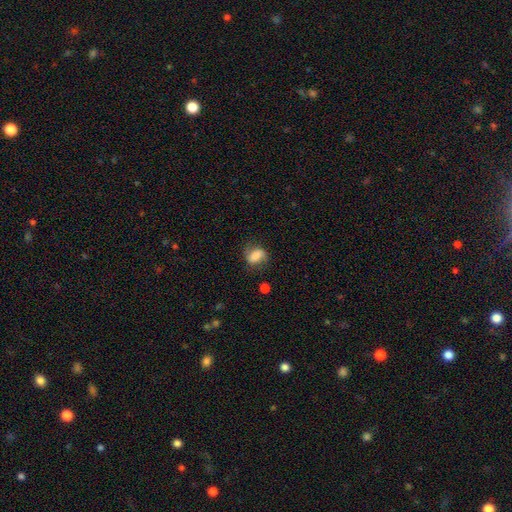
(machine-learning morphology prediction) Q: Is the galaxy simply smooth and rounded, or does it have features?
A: smooth — 62%.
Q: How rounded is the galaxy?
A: in between — 73%.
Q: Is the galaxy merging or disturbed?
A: none — 63%.